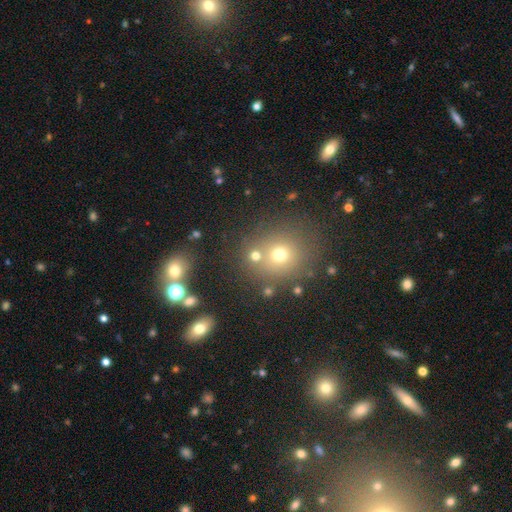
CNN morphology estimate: This appears to be a smooth galaxy with no disk features (66%) that is round (86%). Merging: none (70%).